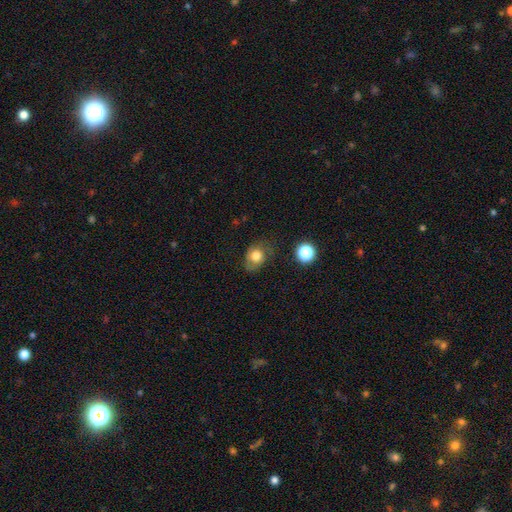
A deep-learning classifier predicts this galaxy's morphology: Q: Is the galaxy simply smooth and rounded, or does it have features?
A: smooth — 75%.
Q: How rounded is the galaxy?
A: round — 52%.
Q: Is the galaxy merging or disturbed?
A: none — 60%.